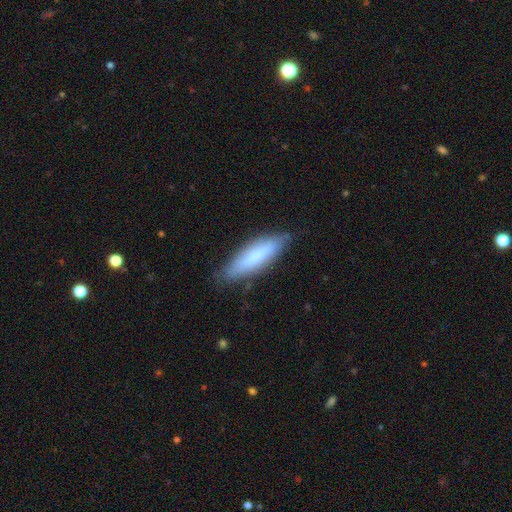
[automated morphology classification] Overall: smooth (76%). How rounded: cigar-shaped (66%; in between 32%). Merging: none (81%).